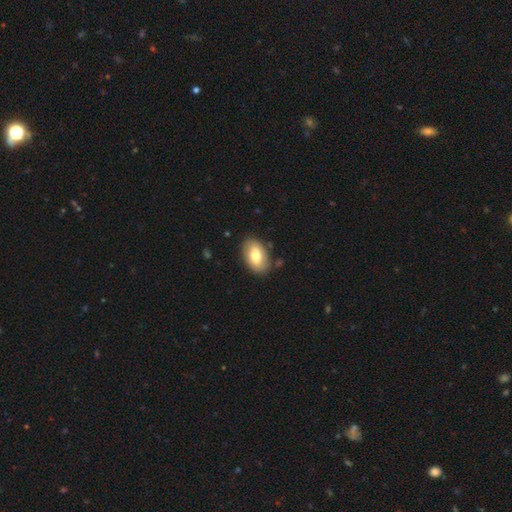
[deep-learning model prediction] Smooth or featured? smooth (72%)
How rounded? in between (91%)
Merging? none (84%)